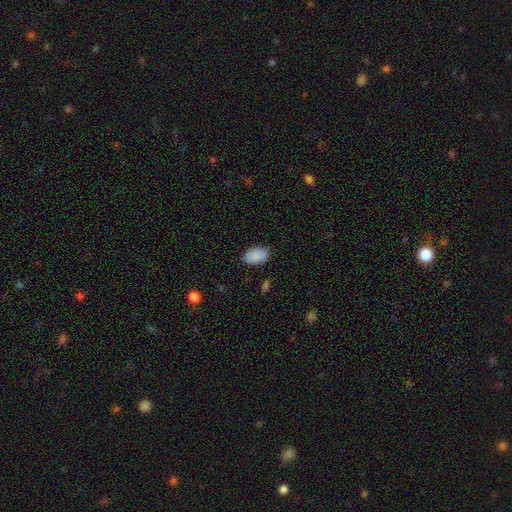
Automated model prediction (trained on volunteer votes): Smooth or featured? smooth (89%)
How rounded? in between (93%)
Merging? none (84%)